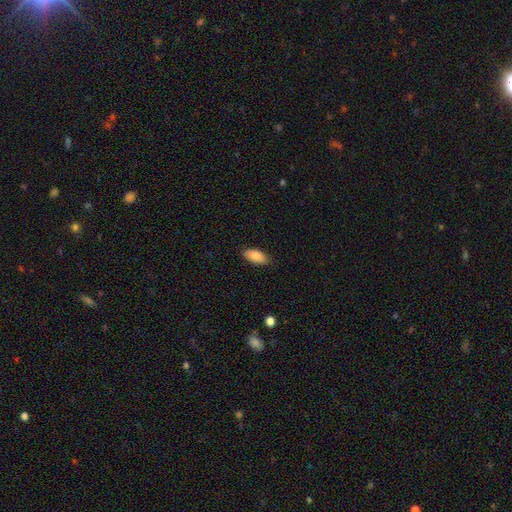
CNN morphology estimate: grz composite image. It shows a smooth galaxy with no disk features (86%) that is in between round and cigar-shaped (90%). Merging: none (87%).